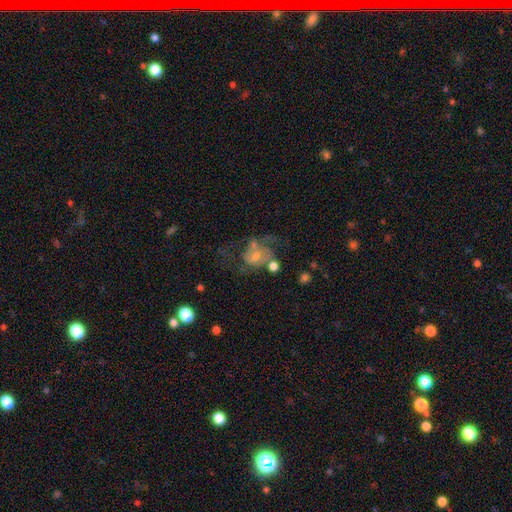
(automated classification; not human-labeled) Smooth or featured? Predicted: featured or disk (p=0.59). Edge-on disk? Predicted: no (p=0.97). Bar? Predicted: no (p=0.71). Spiral arms? Predicted: yes (p=0.66). Bulge size? Predicted: small (p=0.46). Merging? Predicted: none (p=0.37).